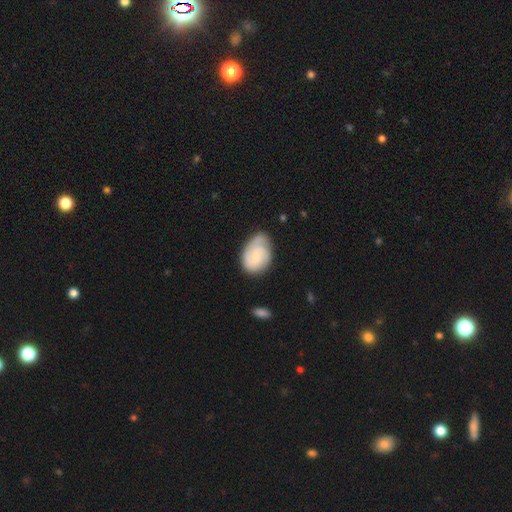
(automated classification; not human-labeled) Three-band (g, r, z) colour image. It shows a featured or disk galaxy (61%) with no bar (60%), 2 (43%) tight (53%) spiral arms (91%) and a small central bulge (60%). Merging: none (59%).